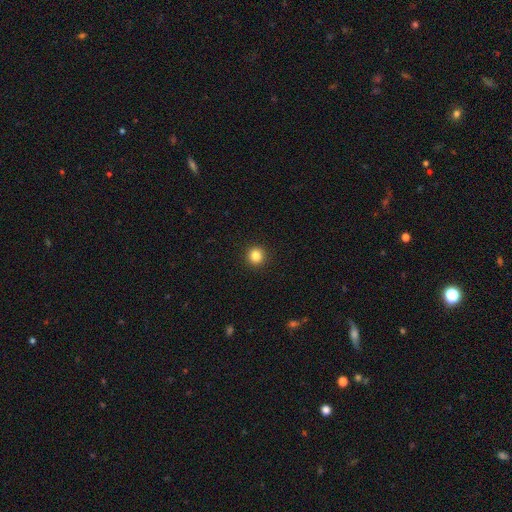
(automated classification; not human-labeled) Q: Smooth or featured?
A: smooth (85%); runner-up: star or artifact (11%)
Q: How rounded?
A: round (94%); runner-up: in between (5%)
Q: Merging?
A: none (93%); runner-up: minor disturbance (4%)